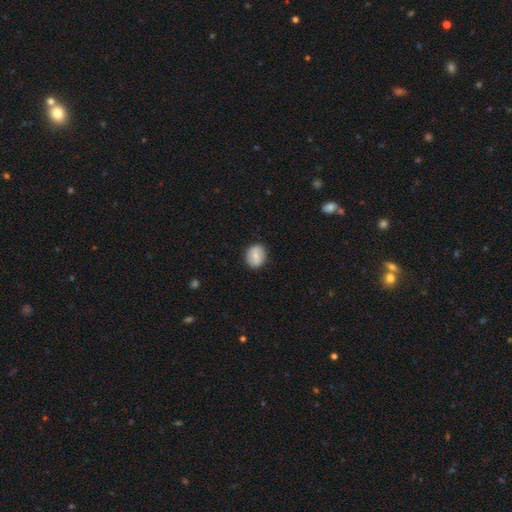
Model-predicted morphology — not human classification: Overall: smooth (69%). How rounded: round (63%; in between 36%). Merging: none (85%).